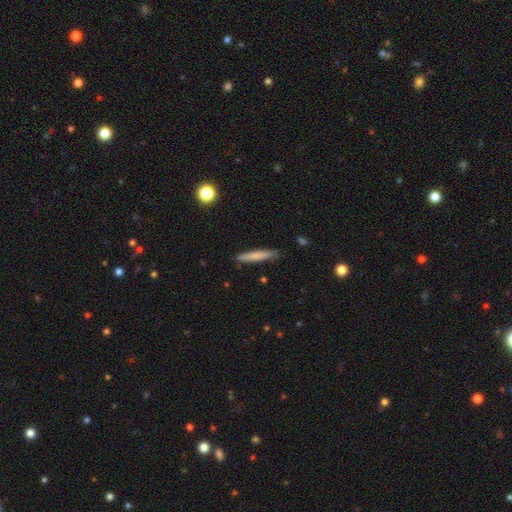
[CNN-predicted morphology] Smooth or featured?
  - smooth: 76% *
  - featured or disk: 18%
  - star or artifact: 6%
How rounded?
  - cigar-shaped: 94% *
  - in between: 5%
  - round: 1%
Merging?
  - none: 88% *
  - minor disturbance: 9%
  - major disturbance: 2%
  - merger: 1%